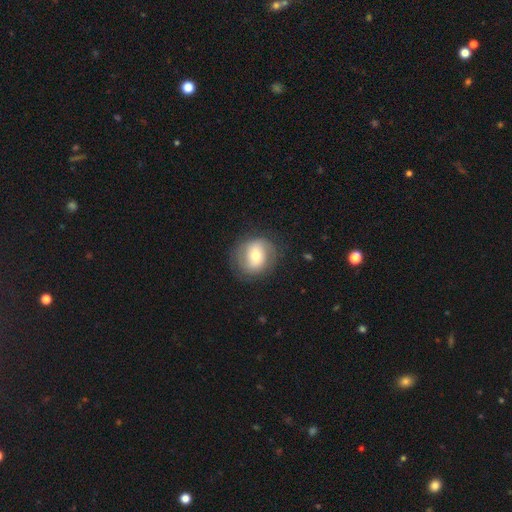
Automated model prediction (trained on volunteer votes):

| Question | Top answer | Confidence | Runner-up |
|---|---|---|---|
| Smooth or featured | smooth | 50% | featured or disk (41%) |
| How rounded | round | 74% | in between (25%) |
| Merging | none | 79% | minor disturbance (14%) |